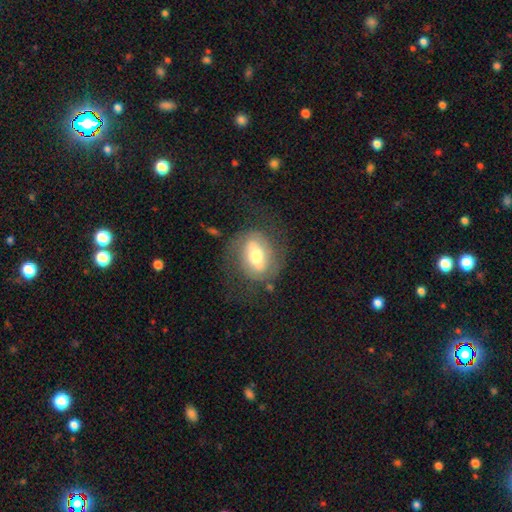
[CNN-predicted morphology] smooth_or_featured: featured or disk (p=0.56) [alt: smooth p=0.37]
disk_edge_on: no (p=0.91) [alt: yes p=0.09]
bar: strong (p=0.42) [alt: weak p=0.33]
has_spiral_arms: yes (p=0.59) [alt: no p=0.41]
bulge_size: moderate (p=0.65) [alt: small p=0.18]
merging: none (p=0.66) [alt: minor disturbance p=0.17]